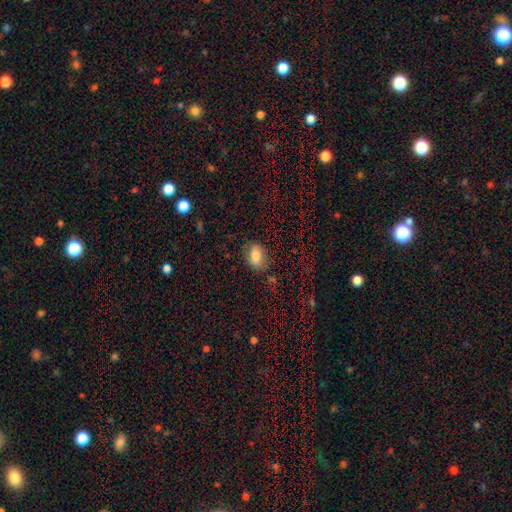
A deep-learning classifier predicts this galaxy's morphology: Smooth or featured?
  - smooth: 79% *
  - featured or disk: 12%
  - star or artifact: 9%
How rounded?
  - in between: 83% *
  - round: 15%
  - cigar-shaped: 3%
Merging?
  - none: 78% *
  - minor disturbance: 16%
  - major disturbance: 4%
  - merger: 2%